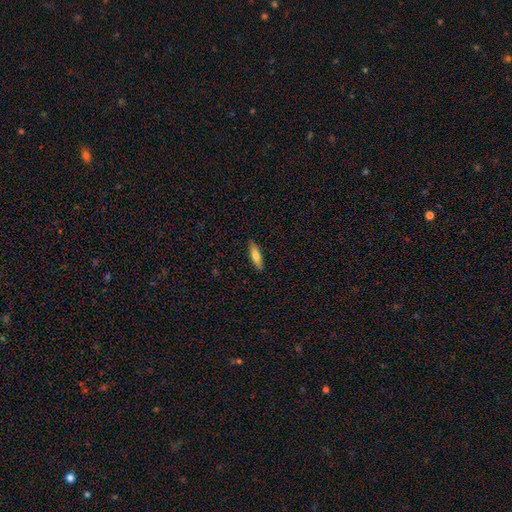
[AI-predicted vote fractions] smooth 74%, featured or disk 20%, star or artifact 6%. Down the decision tree: how rounded — cigar-shaped (61%); merging — none (88%).